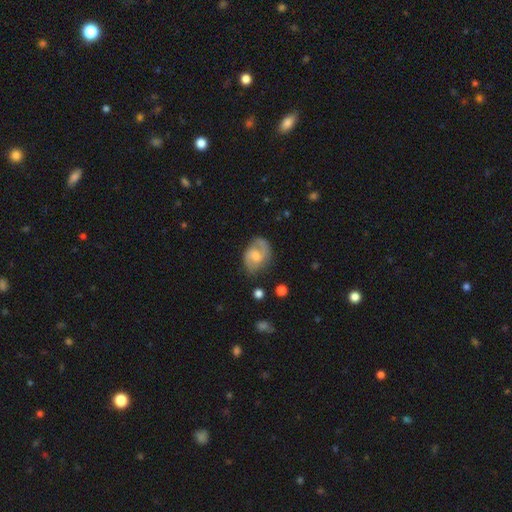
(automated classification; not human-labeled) Smooth or featured?
  - featured or disk: 73% *
  - smooth: 21%
  - star or artifact: 6%
Edge-on disk?
  - no: 97% *
  - yes: 3%
Bar?
  - weak: 48% *
  - no: 44%
  - strong: 8%
Spiral arms?
  - yes: 92% *
  - no: 8%
Spiral winding?
  - medium: 50% *
  - tight: 28%
  - loose: 22%
Spiral arm count?
  - 2: 80% *
  - 1: 9%
  - can't tell: 8%
  - 3: 2%
  - 4: 1%
  - more than 4: 1%
Bulge size?
  - moderate: 40% *
  - small: 31%
  - none: 17%
  - large: 10%
  - dominant: 2%
Merging?
  - none: 68% *
  - minor disturbance: 21%
  - major disturbance: 9%
  - merger: 2%